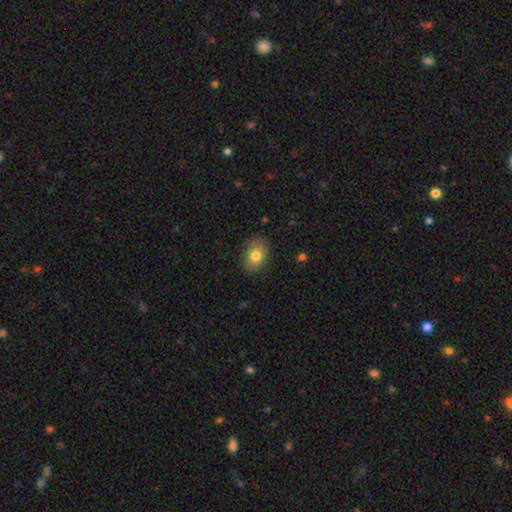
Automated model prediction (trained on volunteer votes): smooth_or_featured: smooth (p=0.78) [alt: featured or disk p=0.13]
how_rounded: in between (p=0.72) [alt: round p=0.27]
merging: none (p=0.85) [alt: minor disturbance p=0.11]